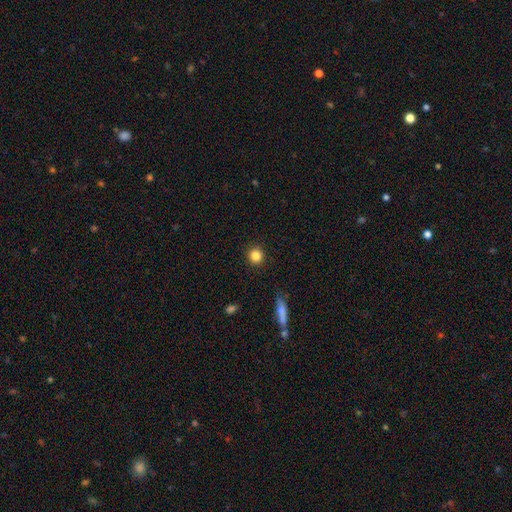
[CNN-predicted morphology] Smooth or featured: smooth — 84% (star or artifact — 11%)
How rounded: round — 92% (in between — 7%)
Merging: none — 91% (minor disturbance — 6%)